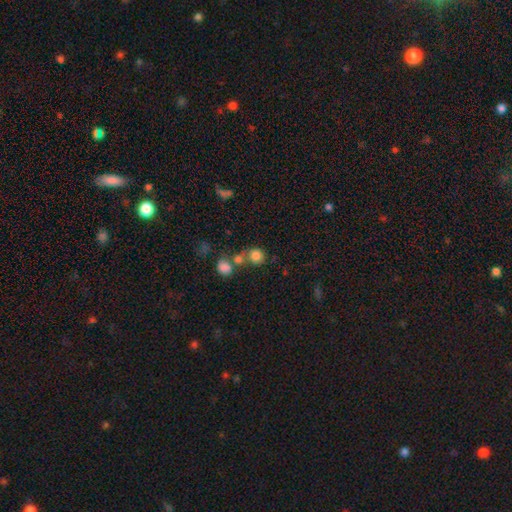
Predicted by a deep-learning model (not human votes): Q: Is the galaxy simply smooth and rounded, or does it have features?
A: smooth — 80%.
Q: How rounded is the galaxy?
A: round — 84%.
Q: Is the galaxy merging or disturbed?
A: none — 53%.